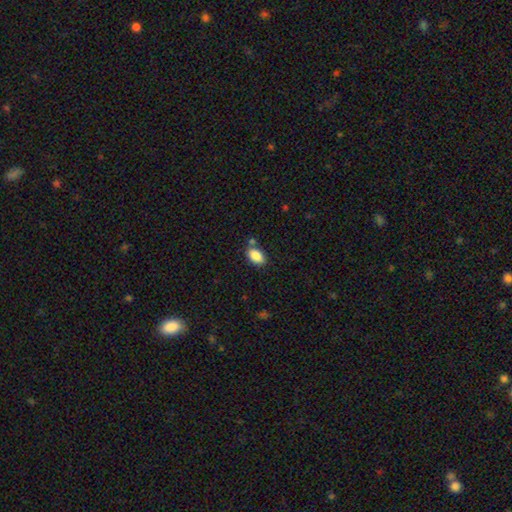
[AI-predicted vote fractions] smooth-or-featured: smooth: 87% | star or artifact: 8% | featured or disk: 5%
  how-rounded: in between: 91% | round: 7% | cigar-shaped: 2%
  merging: none: 73% | minor disturbance: 13% | merger: 11% | major disturbance: 3%